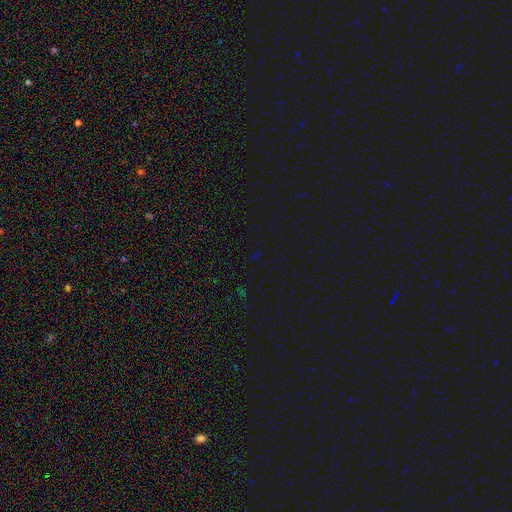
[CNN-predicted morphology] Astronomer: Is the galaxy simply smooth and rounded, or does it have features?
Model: star or artifact — 74%.